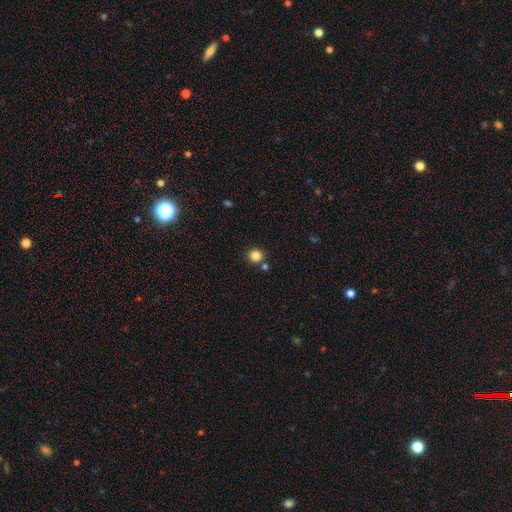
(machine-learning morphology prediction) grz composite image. It shows a smooth galaxy with no disk features (84%) that is round (92%). Merging: none (81%).